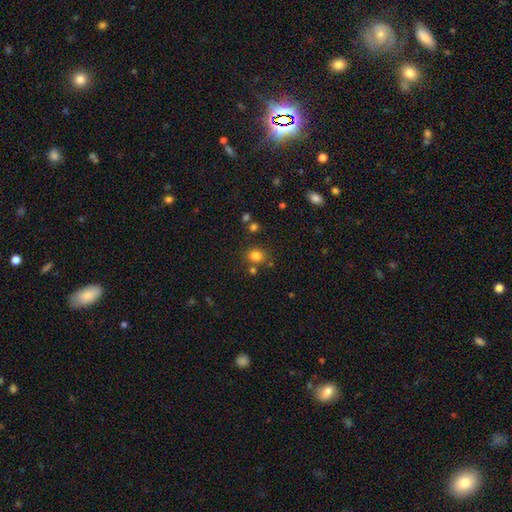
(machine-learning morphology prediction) type=smooth (81%); roundness=round (69%); merging=none (76%).